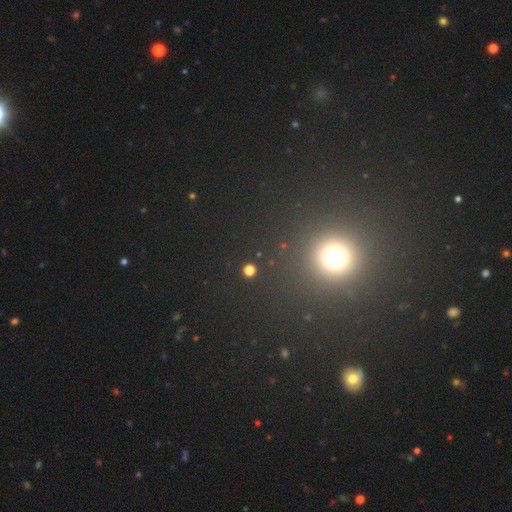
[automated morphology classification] The model was most divided on "smooth or featured": smooth: 55%, star or artifact: 40%, featured or disk: 5%. More confident: how rounded — round (92%); merging — none (92%).